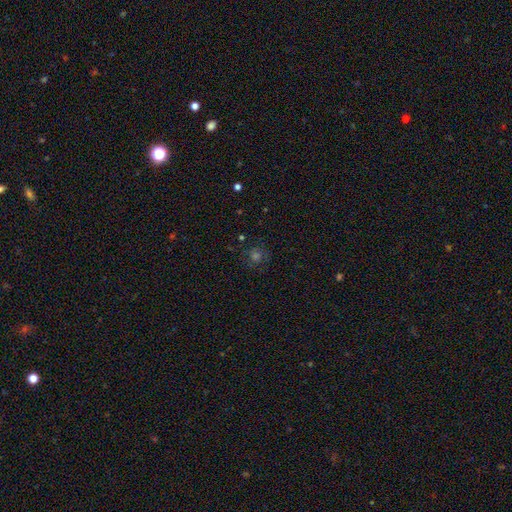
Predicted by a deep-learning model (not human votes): This appears to be a smooth galaxy with no disk features (46%). Merging: none (82%).